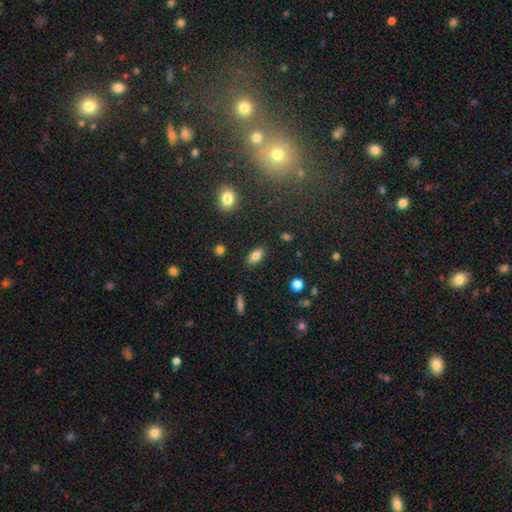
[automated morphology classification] Smooth or featured? smooth (82%)
How rounded? in between (87%)
Merging? none (86%)